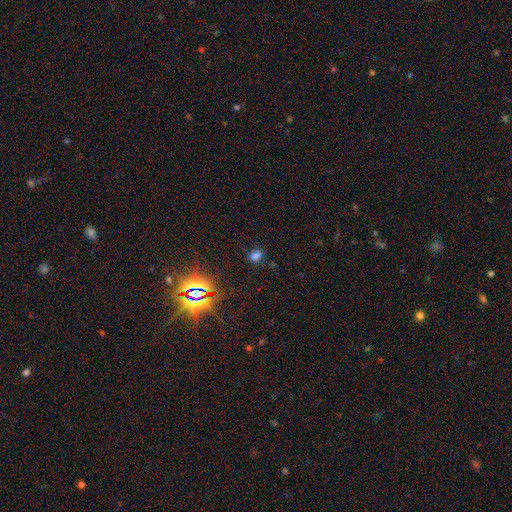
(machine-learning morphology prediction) Smooth or featured: smooth — 64% (star or artifact — 30%)
How rounded: in between — 65% (round — 33%)
Merging: none — 79% (minor disturbance — 12%)